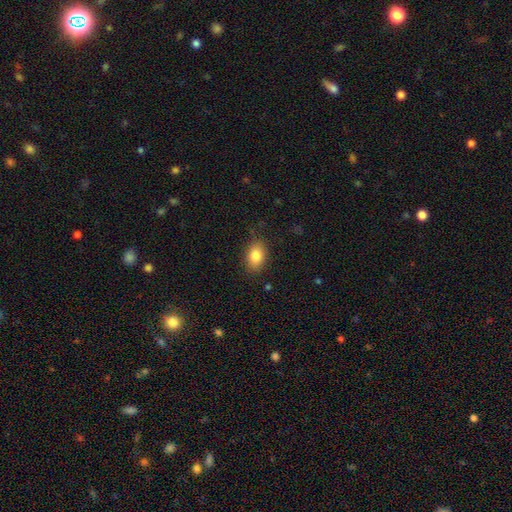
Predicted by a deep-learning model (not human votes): Smooth or featured?
  - smooth: 83% *
  - star or artifact: 9%
  - featured or disk: 8%
How rounded?
  - in between: 82% *
  - round: 16%
  - cigar-shaped: 2%
Merging?
  - none: 83% *
  - minor disturbance: 13%
  - major disturbance: 3%
  - merger: 1%